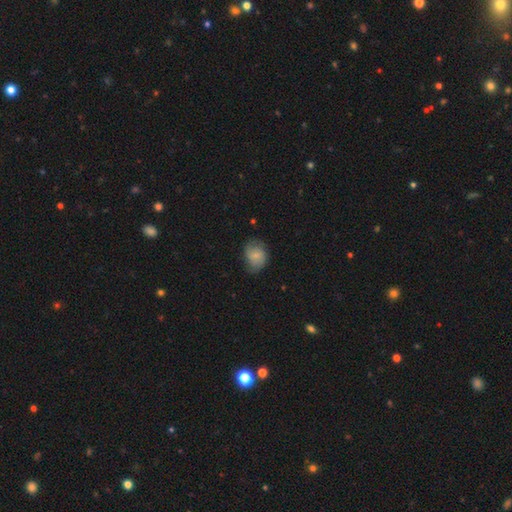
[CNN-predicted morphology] Smooth or featured? smooth (69%)
How rounded? in between (54%)
Merging? none (62%)